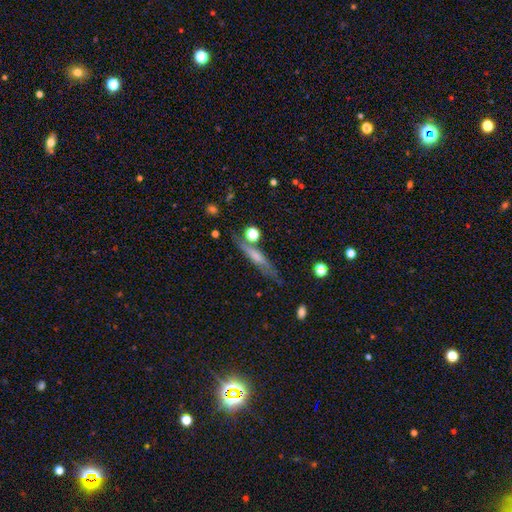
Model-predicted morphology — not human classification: This is possibly a smooth galaxy (46%). Merging: likely none (68%).